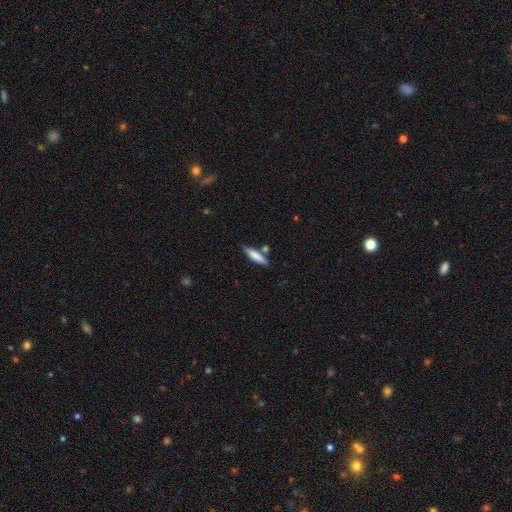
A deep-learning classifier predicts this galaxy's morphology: The model was most divided on "how rounded": cigar-shaped: 75%, in between: 23%, round: 2%. More confident: smooth or featured — smooth (73%); merging — none (71%).